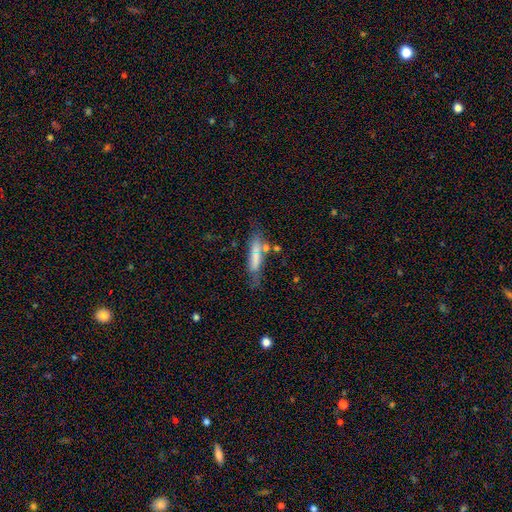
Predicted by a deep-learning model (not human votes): Smooth or featured? smooth (65%)
How rounded? cigar-shaped (72%)
Merging? none (53%)